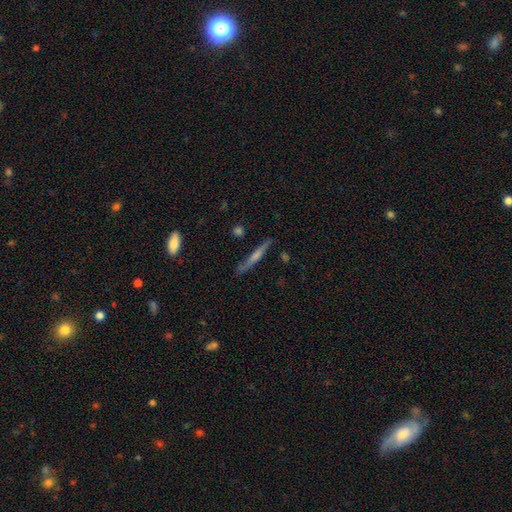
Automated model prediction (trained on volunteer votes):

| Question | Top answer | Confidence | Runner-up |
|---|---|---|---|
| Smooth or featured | featured or disk | 53% | smooth (39%) |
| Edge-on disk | yes | 95% | no (5%) |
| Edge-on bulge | rounded | 43% | none (41%) |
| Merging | none | 81% | minor disturbance (14%) |